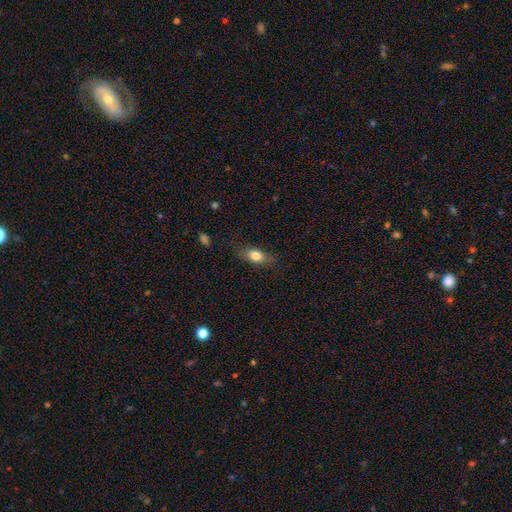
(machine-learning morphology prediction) Smooth or featured: smooth — 78% (featured or disk — 14%)
How rounded: in between — 77% (round — 12%)
Merging: none — 75% (minor disturbance — 18%)